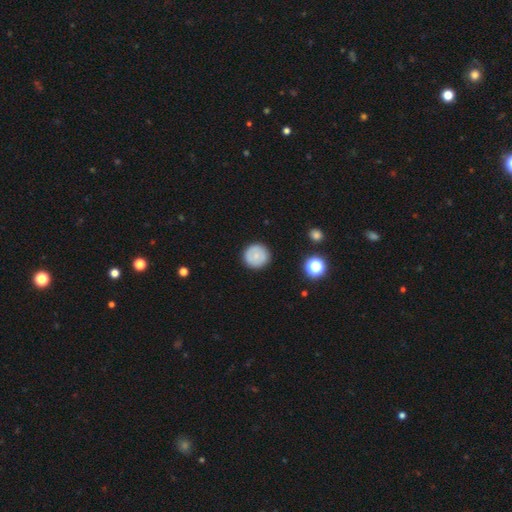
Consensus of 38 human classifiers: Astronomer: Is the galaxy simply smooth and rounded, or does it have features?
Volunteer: smooth — 55% (runner-up: featured or disk, 37%).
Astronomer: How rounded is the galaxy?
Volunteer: round — 95%.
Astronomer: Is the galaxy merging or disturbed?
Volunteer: none — 97%.